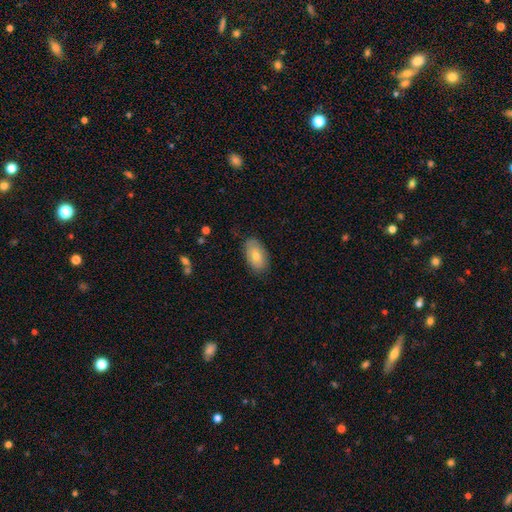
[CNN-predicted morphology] smooth_or_featured: smooth (p=0.70) [alt: featured or disk p=0.22]
how_rounded: in between (p=0.93) [alt: round p=0.05]
merging: none (p=0.81) [alt: minor disturbance p=0.15]